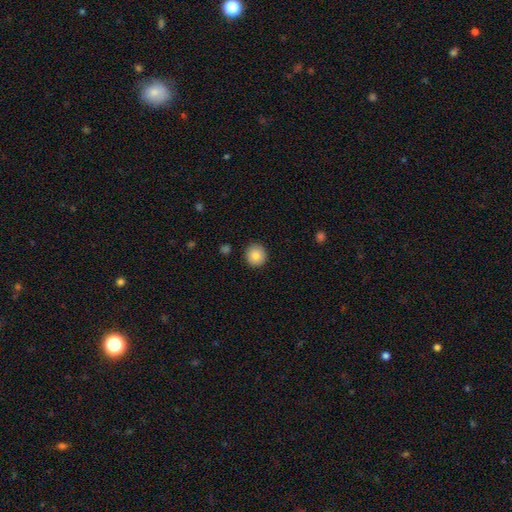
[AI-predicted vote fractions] This appears to be a smooth galaxy with no disk features (86%) that is round (93%). Merging: none (91%).